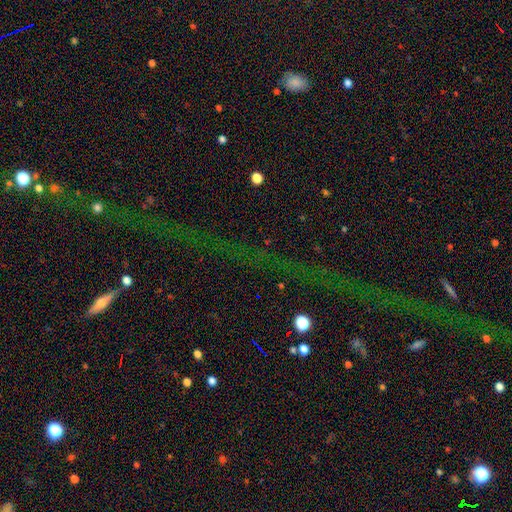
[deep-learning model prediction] smooth-or-featured: star or artifact: 77% | smooth: 12% | featured or disk: 11%